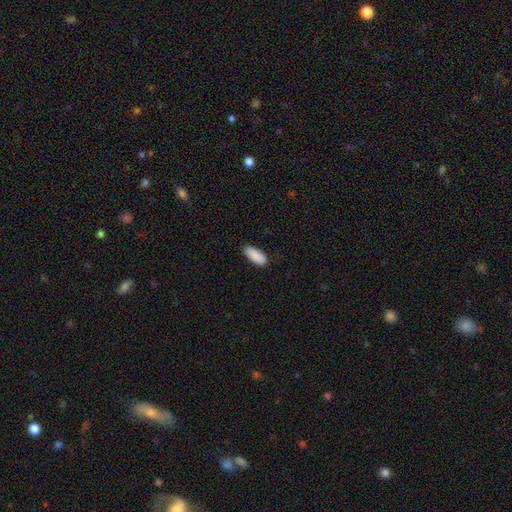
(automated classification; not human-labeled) A smooth galaxy with no disk features (91%) that is in between round and cigar-shaped (83%). Merging: none (86%).